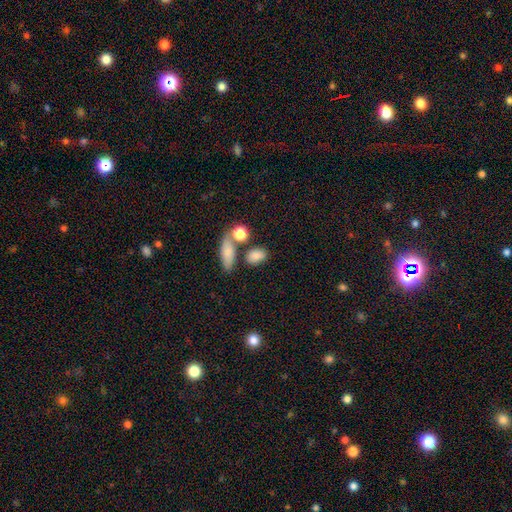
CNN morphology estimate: This is clearly a smooth galaxy (82%). How rounded: likely in between (75%). Merging: likely none (62%).